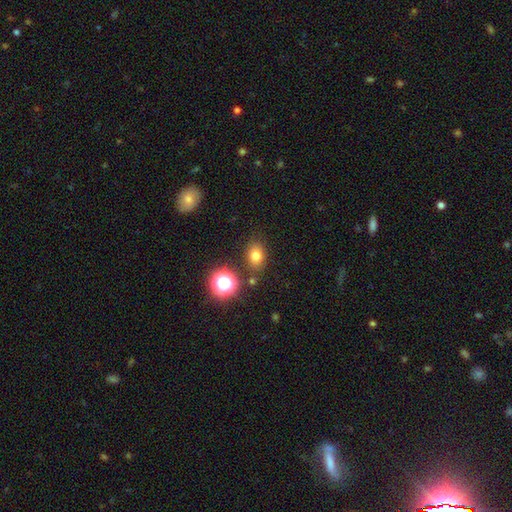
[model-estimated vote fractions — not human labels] smooth_or_featured: smooth (p=0.76) [alt: star or artifact p=0.16]
how_rounded: in between (p=0.62) [alt: round p=0.37]
merging: none (p=0.81) [alt: minor disturbance p=0.11]